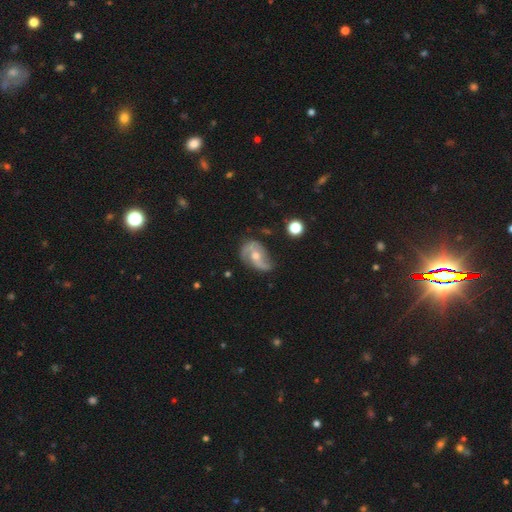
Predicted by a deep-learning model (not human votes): Overall: featured or disk (80%). Edge-on disk: no (97%). Bar: no (53%; weak 34%). Spiral arms: yes (93%). Spiral arm count: 2 (78%). Spiral winding: loose (44%; medium 39%). Bulge size: moderate (60%; small 35%). Merging: none (61%; minor disturbance 26%).